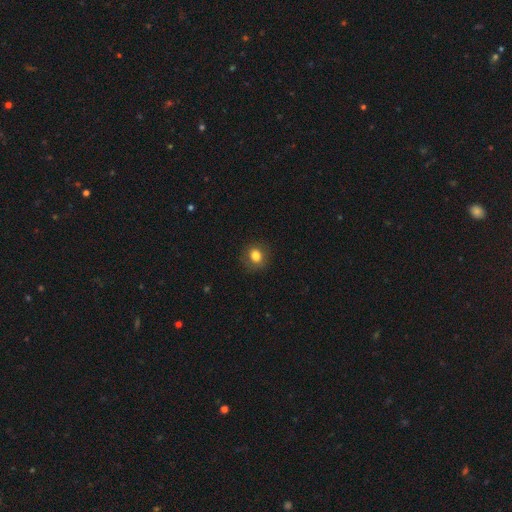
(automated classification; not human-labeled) This appears to be a smooth galaxy with no disk features (81%) that is round (75%). Merging: none (86%).